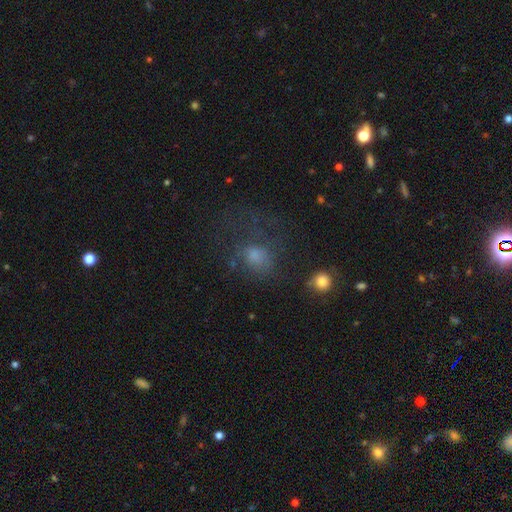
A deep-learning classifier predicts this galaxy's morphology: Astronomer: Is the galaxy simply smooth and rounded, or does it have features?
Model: smooth — 61%.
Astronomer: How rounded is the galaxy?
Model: round — 55% (runner-up: in between, 44%).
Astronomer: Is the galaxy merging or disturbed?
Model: none — 41% (runner-up: major disturbance, 34%).